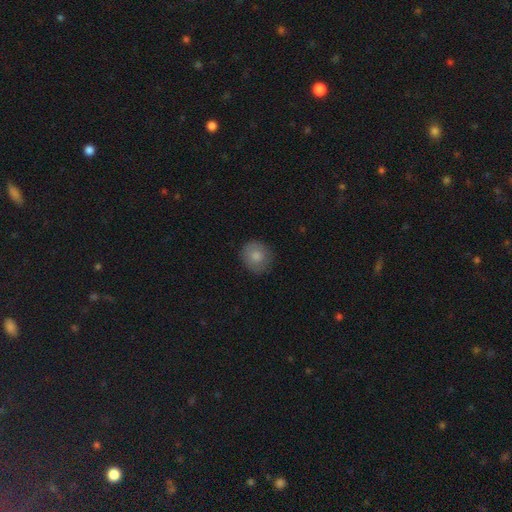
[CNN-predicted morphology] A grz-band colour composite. It shows a smooth galaxy with no disk features (80%) that is round (84%). Merging: none (82%).